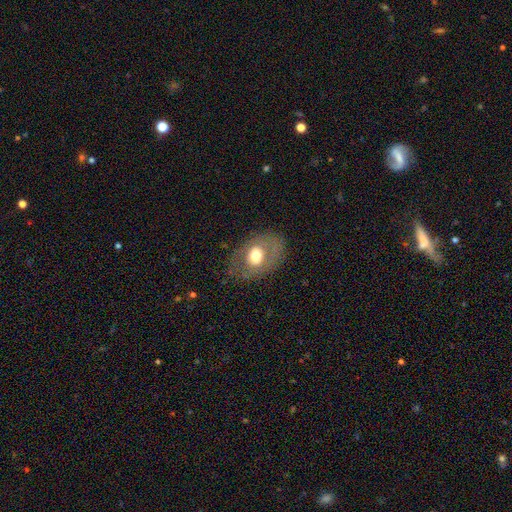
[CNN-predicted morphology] Q: Smooth or featured?
A: smooth (56%); runner-up: featured or disk (36%)
Q: How rounded?
A: in between (71%); runner-up: round (28%)
Q: Merging?
A: none (72%); runner-up: minor disturbance (17%)